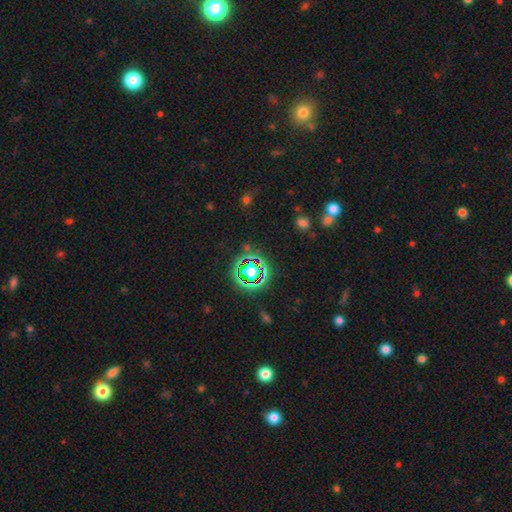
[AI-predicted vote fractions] The model was most divided on "smooth or featured": star or artifact: 75%, smooth: 16%, featured or disk: 9%.